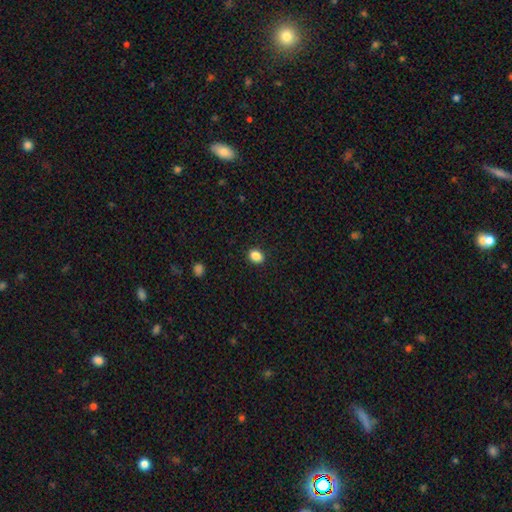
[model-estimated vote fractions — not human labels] smooth_or_featured: smooth (p=0.87) [alt: star or artifact p=0.10]
how_rounded: in between (p=0.56) [alt: round p=0.43]
merging: none (p=0.90) [alt: minor disturbance p=0.07]